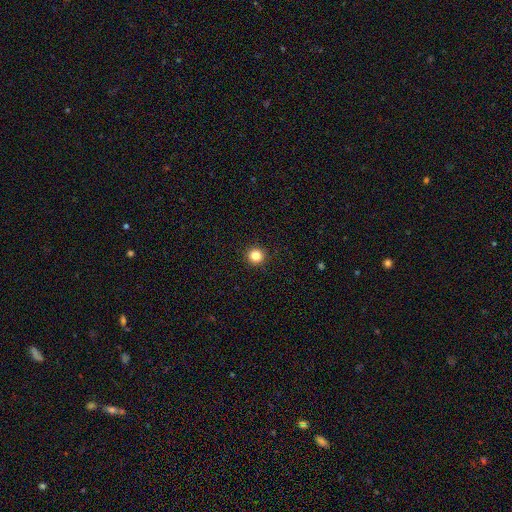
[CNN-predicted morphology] type=smooth (84%); roundness=round (95%); merging=none (93%).